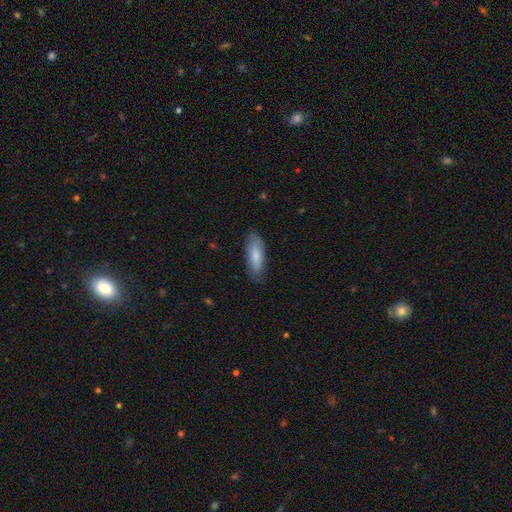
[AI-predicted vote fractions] Overall: smooth (79%). How rounded: in between (61%; cigar-shaped 38%). Merging: none (79%).